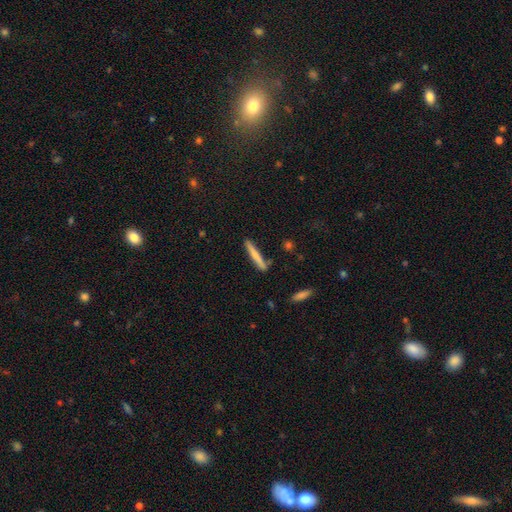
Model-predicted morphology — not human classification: A smooth galaxy with no disk features (68%) that is cigar-shaped (94%).

Vote fractions:
- Smooth or featured? smooth: 68% / featured or disk: 26% / star or artifact: 6%
- How rounded? cigar-shaped: 94% / in between: 4% / round: 1%
- Merging? none: 83% / minor disturbance: 12% / merger: 3% / major disturbance: 2%